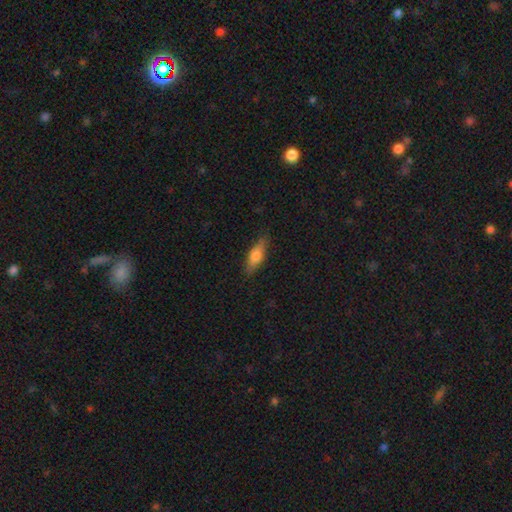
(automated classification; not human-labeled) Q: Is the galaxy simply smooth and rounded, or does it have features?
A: smooth — 68%.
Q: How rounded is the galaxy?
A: in between — 55%.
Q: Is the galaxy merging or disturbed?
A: none — 84%.